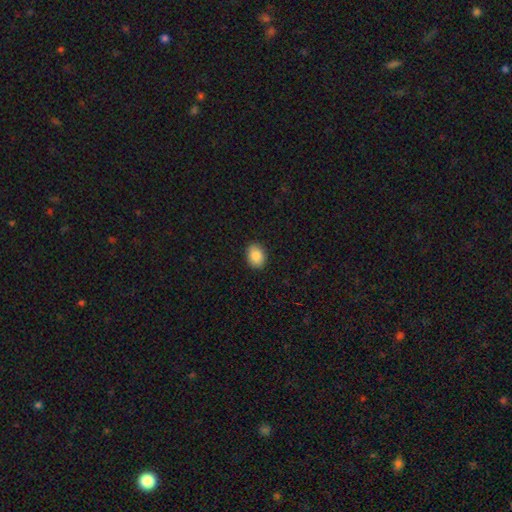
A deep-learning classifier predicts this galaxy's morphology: A smooth galaxy with no disk features (88%) that is in between round and cigar-shaped (67%). Merging: none (89%).